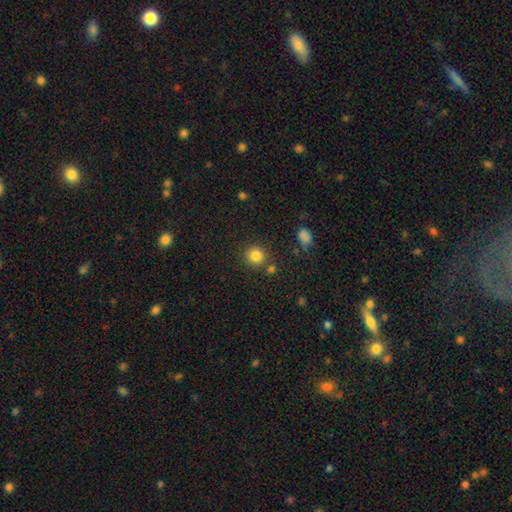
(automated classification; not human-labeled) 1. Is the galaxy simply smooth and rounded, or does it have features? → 83% smooth, 12% star or artifact, 5% featured or disk.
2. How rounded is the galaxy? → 91% round, 8% in between, 1% cigar-shaped.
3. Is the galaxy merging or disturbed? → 81% none, 8% merger, 8% minor disturbance, 3% major disturbance.